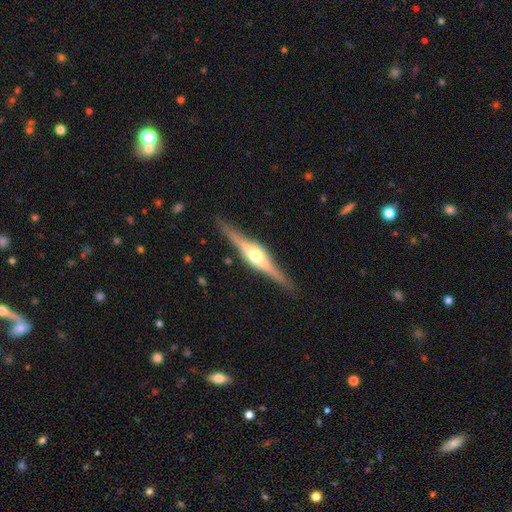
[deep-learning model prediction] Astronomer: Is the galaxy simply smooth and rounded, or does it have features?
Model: featured or disk — 82%.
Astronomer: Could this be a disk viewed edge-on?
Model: yes — 98%.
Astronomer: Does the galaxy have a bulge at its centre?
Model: rounded — 90%.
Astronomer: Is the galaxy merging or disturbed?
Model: none — 88%.